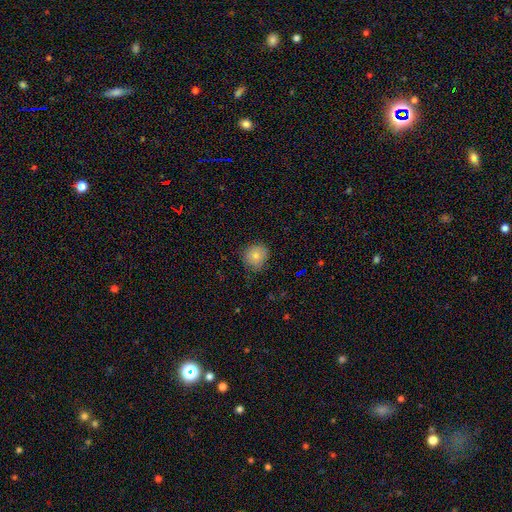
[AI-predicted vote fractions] smooth 79%, featured or disk 10%, star or artifact 10%. Down the decision tree: how rounded — round (87%); merging — none (77%).